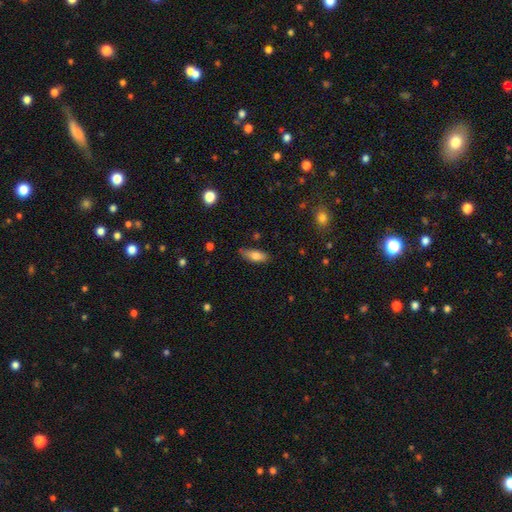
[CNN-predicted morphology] smooth 76%, featured or disk 17%, star or artifact 7%. Down the decision tree: how rounded — in between (72%); merging — none (72%).